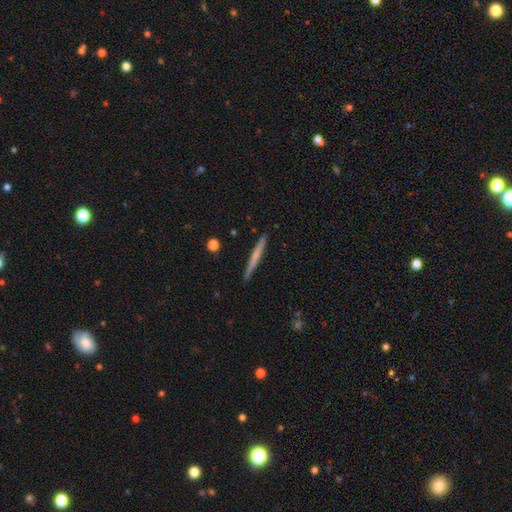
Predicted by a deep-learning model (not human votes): Smooth or featured? smooth (52%)
How rounded? cigar-shaped (97%)
Merging? none (91%)